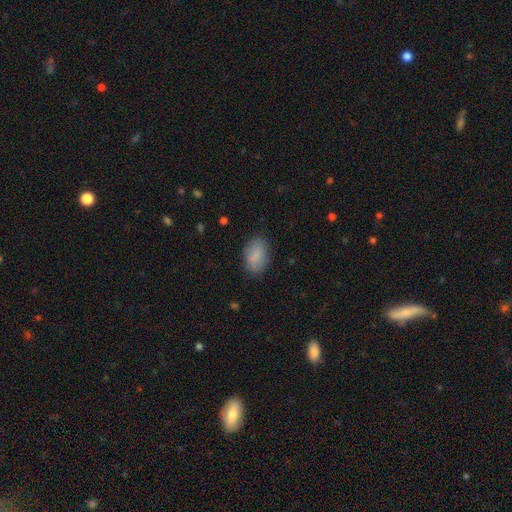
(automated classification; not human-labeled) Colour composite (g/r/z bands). It shows a smooth galaxy with no disk features (86%) that is in between round and cigar-shaped (89%). Merging: none (82%).